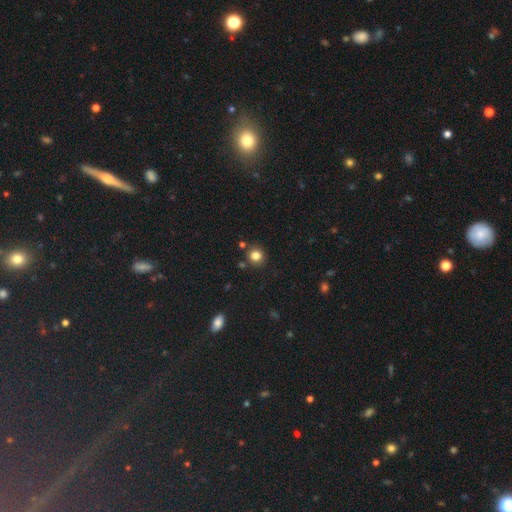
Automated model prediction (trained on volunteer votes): Smooth or featured? Predicted: smooth (p=0.82). How rounded? Predicted: round (p=0.87). Merging? Predicted: none (p=0.83).